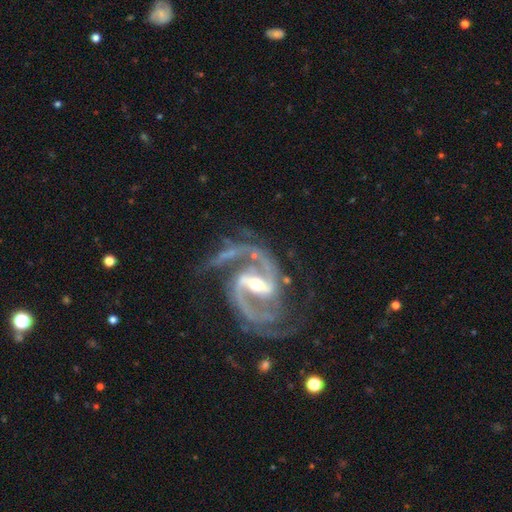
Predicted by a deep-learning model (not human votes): Smooth or featured?
  - featured or disk: 94% *
  - star or artifact: 4%
  - smooth: 2%
Edge-on disk?
  - no: 98% *
  - yes: 2%
Bar?
  - strong: 55% *
  - weak: 34%
  - no: 10%
Spiral arms?
  - yes: 99% *
  - no: 1%
Spiral winding?
  - medium: 63% *
  - tight: 22%
  - loose: 15%
Spiral arm count?
  - 2: 88% *
  - 3: 5%
  - can't tell: 2%
  - 1: 2%
  - 4: 2%
  - more than 4: 2%
Bulge size?
  - moderate: 57% *
  - small: 37%
  - large: 4%
  - none: 1%
  - dominant: 1%
Merging?
  - none: 66% *
  - minor disturbance: 19%
  - major disturbance: 12%
  - merger: 3%